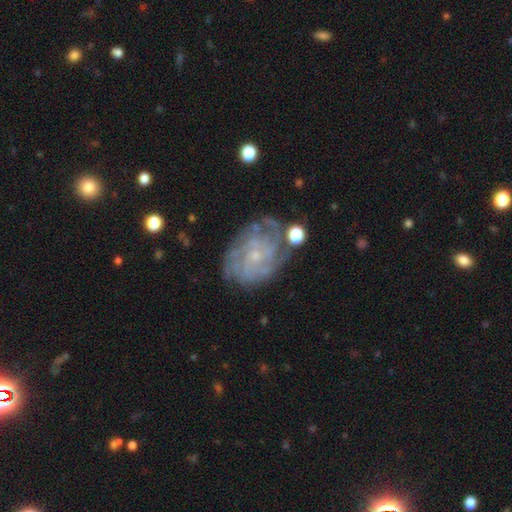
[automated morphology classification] type=featured or disk (78%); edge-on=no (97%); bar=no (75%); spiral arms=yes (89%); winding=tight (66%); arm count=can't tell (45%); bulge=small (78%); merging=none (67%).